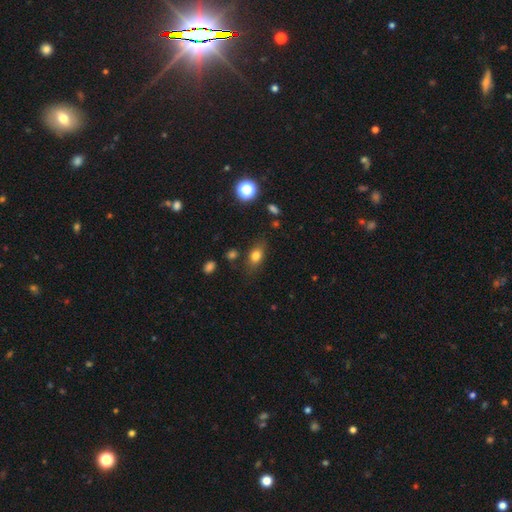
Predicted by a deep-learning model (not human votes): Overall: smooth (77%). How rounded: in between (74%). Merging: none (76%).